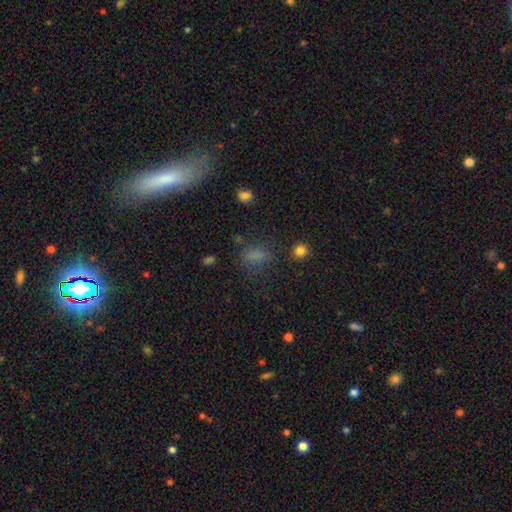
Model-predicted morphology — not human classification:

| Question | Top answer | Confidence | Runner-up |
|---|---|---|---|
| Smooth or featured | smooth | 71% | star or artifact (21%) |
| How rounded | in between | 64% | round (32%) |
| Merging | none | 68% | minor disturbance (18%) |